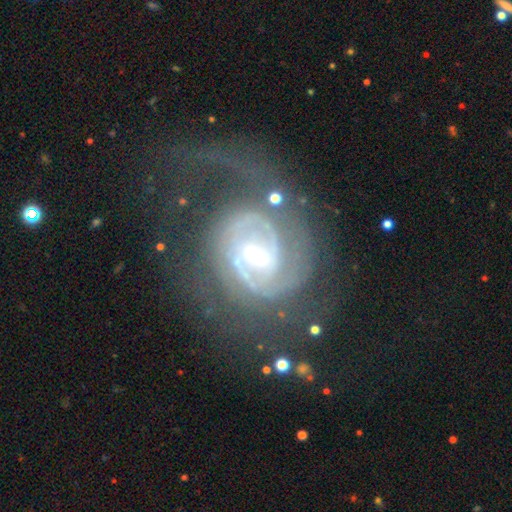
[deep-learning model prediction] This appears to be a featured or disk galaxy (88%) with a weak bar (48%), 2 (46%) tight (62%) spiral arms (95%) and a small central bulge (53%). Merging: none (44%).